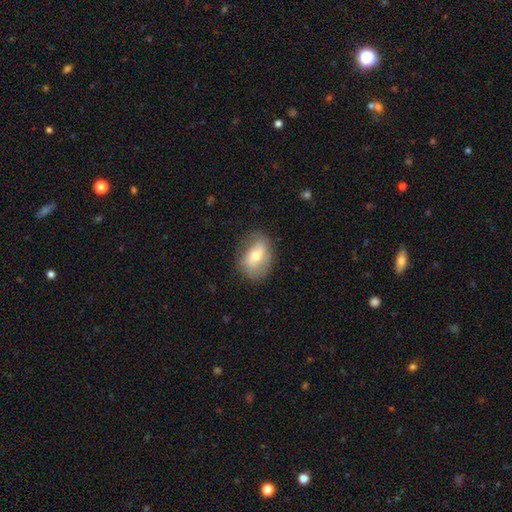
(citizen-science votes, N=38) featured or disk 53%, smooth 42%, star or artifact 5%. Down the decision tree: edge-on disk — no (95%); bar — strong (47%); spiral arms — no (68%); bulge size — moderate (53%); merging — none (81%).